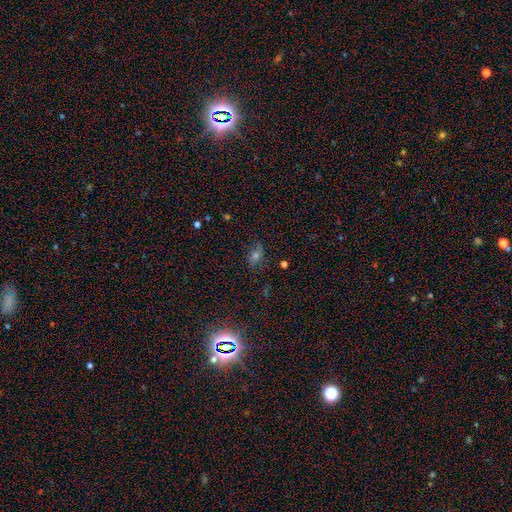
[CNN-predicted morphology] smooth-or-featured: star or artifact: 37% | smooth: 32% | featured or disk: 31%